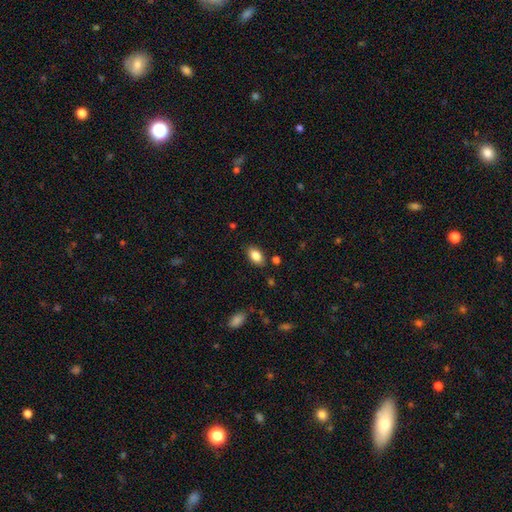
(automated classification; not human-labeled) This is clearly a smooth galaxy (85%). How rounded: clearly in between (91%). Merging: clearly none (84%).